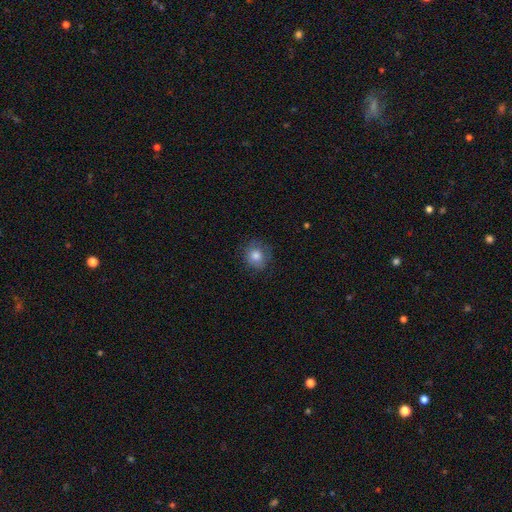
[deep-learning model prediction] Smooth or featured? Predicted: smooth (p=0.81). How rounded? Predicted: round (p=0.83). Merging? Predicted: none (p=0.77).